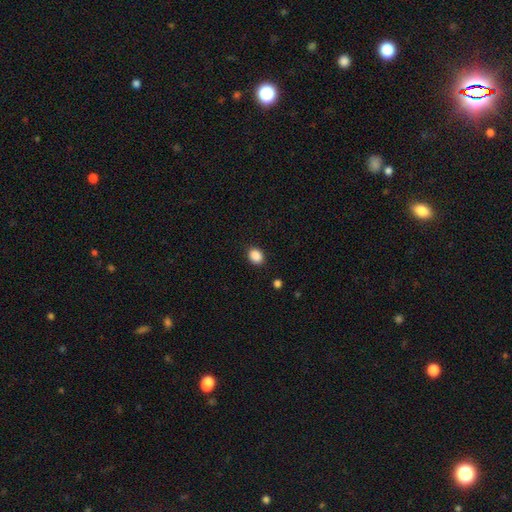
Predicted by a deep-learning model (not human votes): This is clearly a smooth galaxy (88%). How rounded: possibly in between (52%). Merging: clearly none (87%).